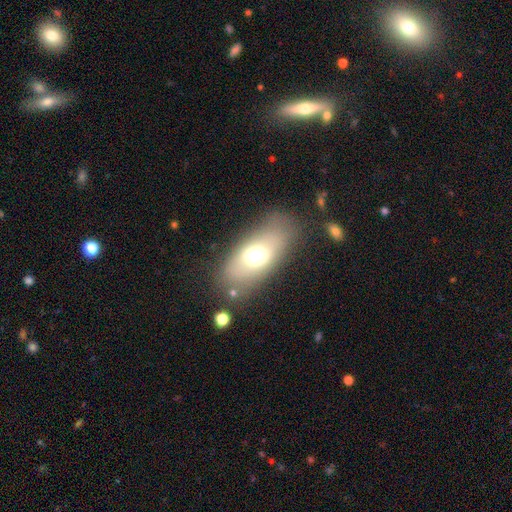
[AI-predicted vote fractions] The model was most divided on "smooth or featured": smooth: 64%, featured or disk: 26%, star or artifact: 9%. More confident: how rounded — in between (83%); merging — none (77%).